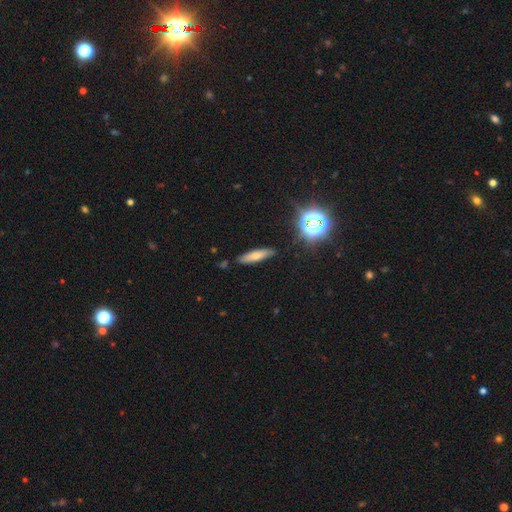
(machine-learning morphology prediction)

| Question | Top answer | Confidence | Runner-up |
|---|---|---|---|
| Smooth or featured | smooth | 65% | featured or disk (22%) |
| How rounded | cigar-shaped | 74% | in between (23%) |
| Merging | none | 85% | minor disturbance (11%) |